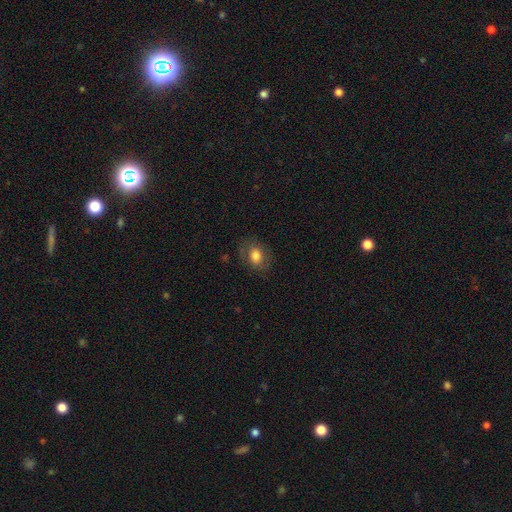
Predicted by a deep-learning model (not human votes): Smooth or featured?
  - smooth: 75% *
  - featured or disk: 16%
  - star or artifact: 9%
How rounded?
  - in between: 62% *
  - round: 37%
  - cigar-shaped: 1%
Merging?
  - none: 78% *
  - minor disturbance: 15%
  - major disturbance: 6%
  - merger: 1%